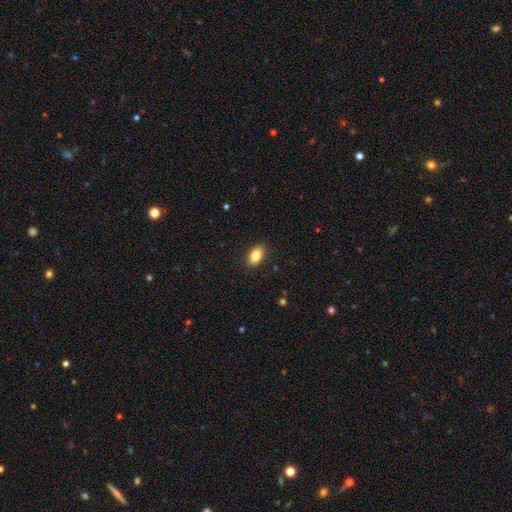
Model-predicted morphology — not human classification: smooth 83%, featured or disk 9%, star or artifact 8%. Down the decision tree: how rounded — in between (90%); merging — none (89%).